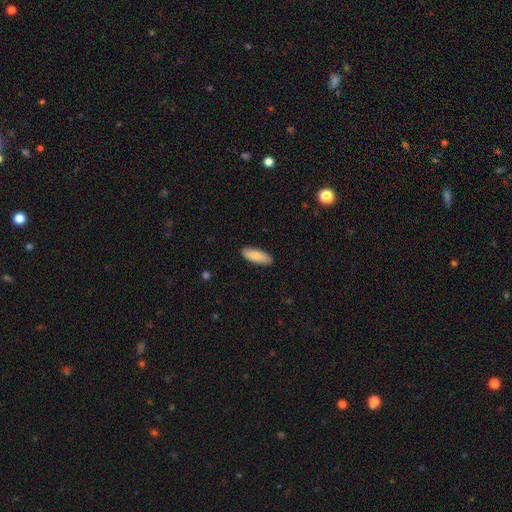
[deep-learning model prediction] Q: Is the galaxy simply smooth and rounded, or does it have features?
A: smooth — 86%.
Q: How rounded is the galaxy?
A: in between — 69%.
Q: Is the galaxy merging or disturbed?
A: none — 88%.